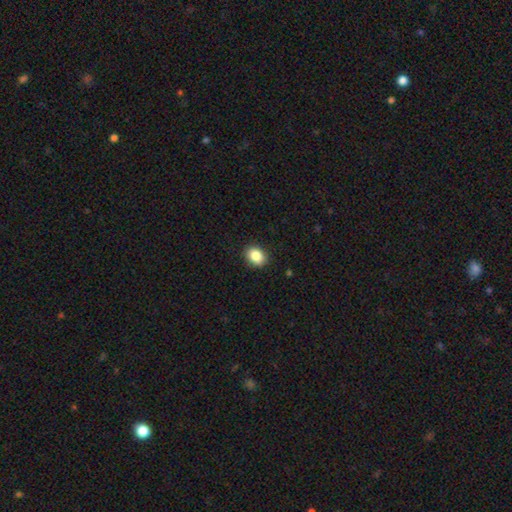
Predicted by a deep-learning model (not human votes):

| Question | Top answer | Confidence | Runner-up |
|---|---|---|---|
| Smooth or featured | smooth | 86% | star or artifact (9%) |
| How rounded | in between | 60% | round (39%) |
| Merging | none | 89% | minor disturbance (8%) |